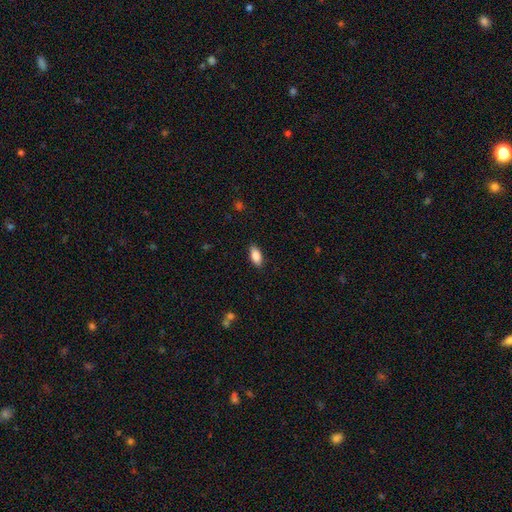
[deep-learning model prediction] Smooth or featured: smooth — 87% (star or artifact — 7%)
How rounded: in between — 89% (cigar-shaped — 8%)
Merging: none — 88% (minor disturbance — 9%)